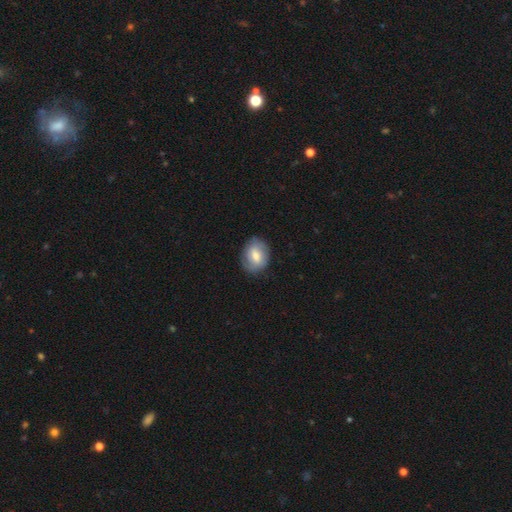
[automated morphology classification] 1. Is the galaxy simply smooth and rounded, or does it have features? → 60% smooth, 33% featured or disk, 7% star or artifact.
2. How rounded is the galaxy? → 60% in between, 39% round, 1% cigar-shaped.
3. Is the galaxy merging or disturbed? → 81% none, 14% minor disturbance, 4% major disturbance, 1% merger.